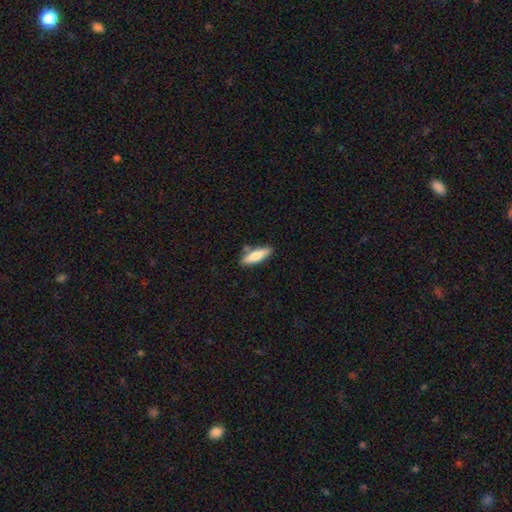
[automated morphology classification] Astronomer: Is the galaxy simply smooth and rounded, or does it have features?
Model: smooth — 75%.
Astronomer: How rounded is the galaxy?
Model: cigar-shaped — 54% (runner-up: in between, 44%).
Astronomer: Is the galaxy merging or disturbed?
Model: none — 77%.